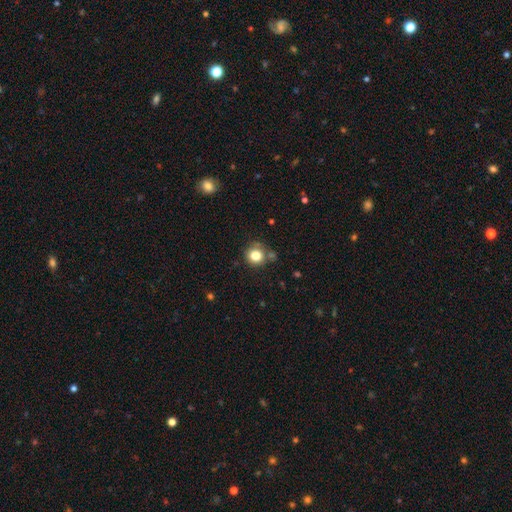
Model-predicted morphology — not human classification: smooth-or-featured: smooth: 81% | star or artifact: 12% | featured or disk: 7%
  how-rounded: round: 88% | in between: 11% | cigar-shaped: 1%
  merging: none: 73% | minor disturbance: 14% | merger: 8% | major disturbance: 4%